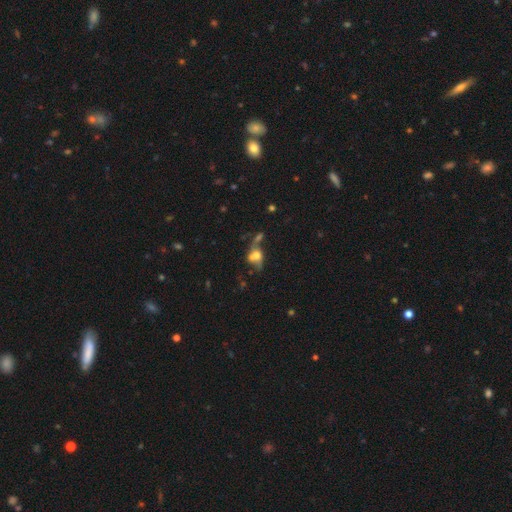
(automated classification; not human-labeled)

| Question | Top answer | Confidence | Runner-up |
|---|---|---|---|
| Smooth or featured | smooth | 46% | featured or disk (38%) |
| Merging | merger | 50% | none (23%) |